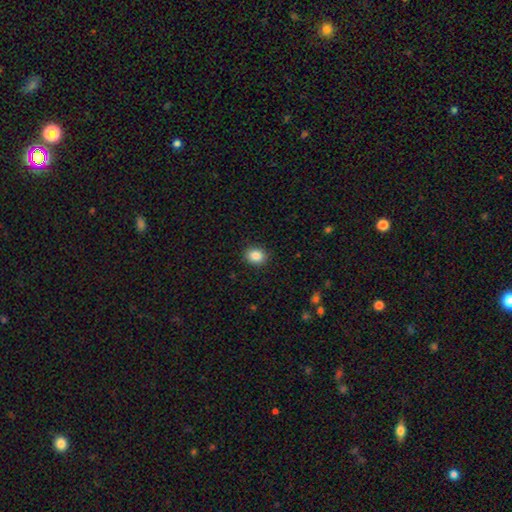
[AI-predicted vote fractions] smooth-or-featured: smooth: 87% | star or artifact: 9% | featured or disk: 4%
  how-rounded: round: 64% | in between: 35% | cigar-shaped: 1%
  merging: none: 90% | minor disturbance: 7% | major disturbance: 2% | merger: 1%